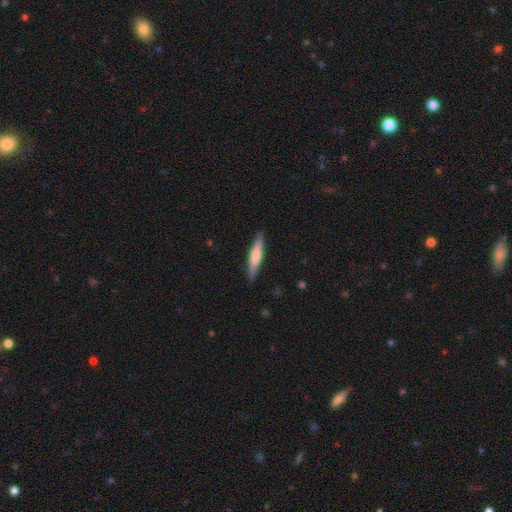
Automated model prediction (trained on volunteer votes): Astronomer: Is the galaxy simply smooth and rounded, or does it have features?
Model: smooth — 61%.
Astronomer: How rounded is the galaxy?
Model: cigar-shaped — 88%.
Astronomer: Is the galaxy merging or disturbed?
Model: none — 87%.